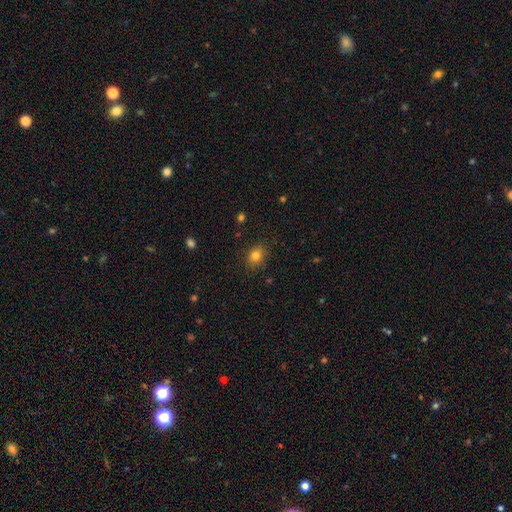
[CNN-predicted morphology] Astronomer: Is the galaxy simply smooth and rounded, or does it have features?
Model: smooth — 81%.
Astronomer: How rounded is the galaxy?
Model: round — 69%.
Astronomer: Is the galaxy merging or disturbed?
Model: none — 85%.